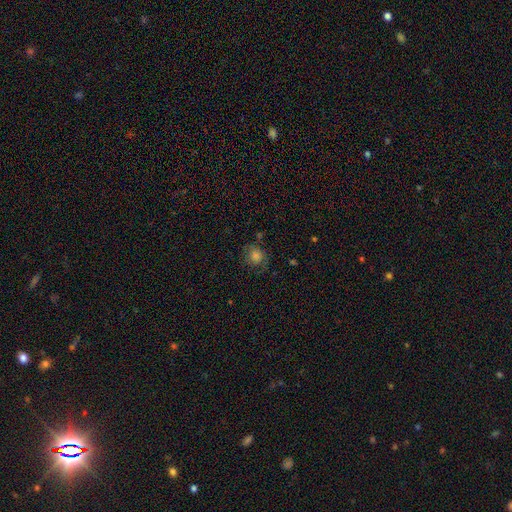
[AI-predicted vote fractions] The model was most divided on "smooth or featured": smooth: 62%, featured or disk: 22%, star or artifact: 16%. More confident: how rounded — round (82%); merging — none (70%).